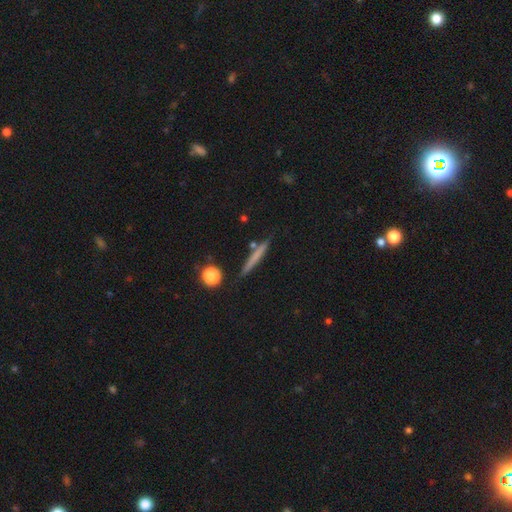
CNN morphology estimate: This is likely a smooth galaxy (61%). How rounded: clearly cigar-shaped (94%). Merging: clearly none (83%).